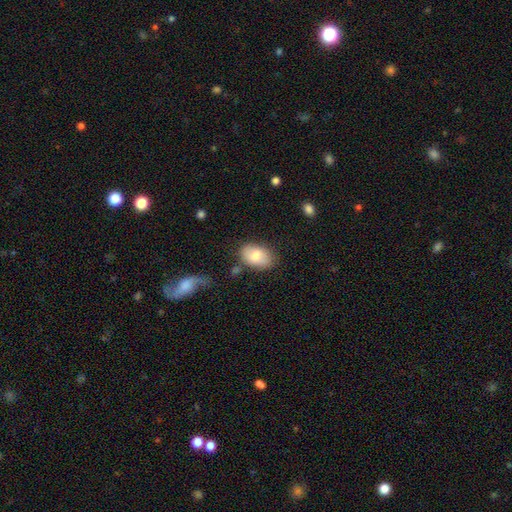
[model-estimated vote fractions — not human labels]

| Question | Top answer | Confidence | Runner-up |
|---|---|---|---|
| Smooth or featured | smooth | 78% | featured or disk (15%) |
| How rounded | in between | 88% | round (10%) |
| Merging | none | 73% | minor disturbance (17%) |